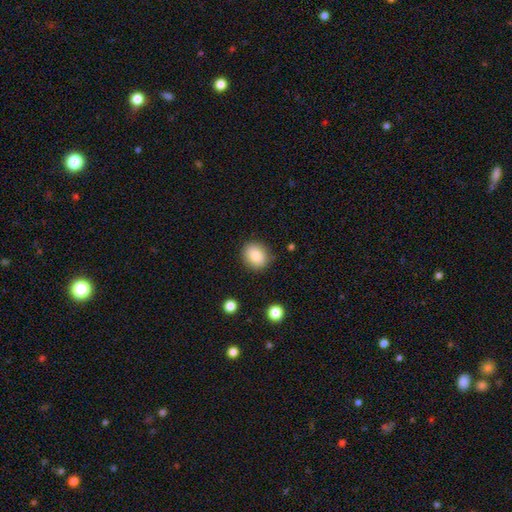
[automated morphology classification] smooth-or-featured: smooth: 85% | star or artifact: 8% | featured or disk: 6%
  how-rounded: round: 58% | in between: 42% | cigar-shaped: 1%
  merging: none: 86% | minor disturbance: 10% | major disturbance: 3% | merger: 2%